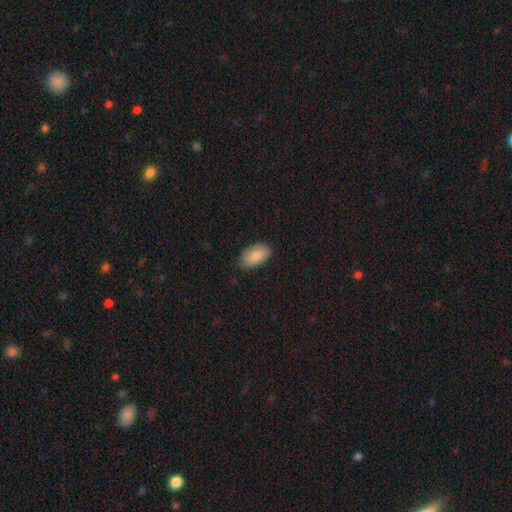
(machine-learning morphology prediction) smooth 86%, featured or disk 7%, star or artifact 6%. Down the decision tree: how rounded — in between (94%); merging — none (81%).